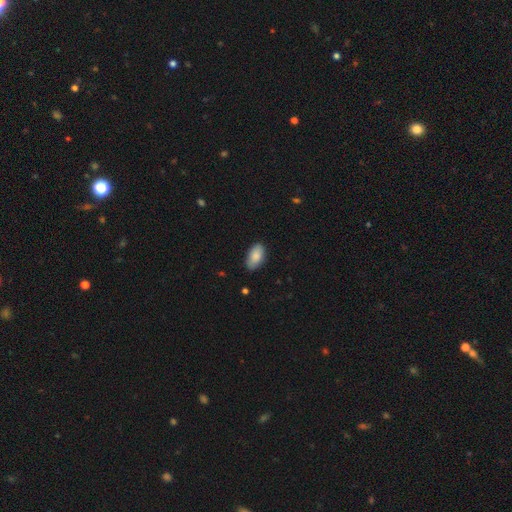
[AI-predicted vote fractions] A smooth galaxy with no disk features (87%) that is in between round and cigar-shaped (95%).

Vote fractions:
- Smooth or featured? smooth: 87% / featured or disk: 7% / star or artifact: 6%
- How rounded? in between: 95% / round: 3% / cigar-shaped: 3%
- Merging? none: 85% / minor disturbance: 12% / major disturbance: 2% / merger: 1%